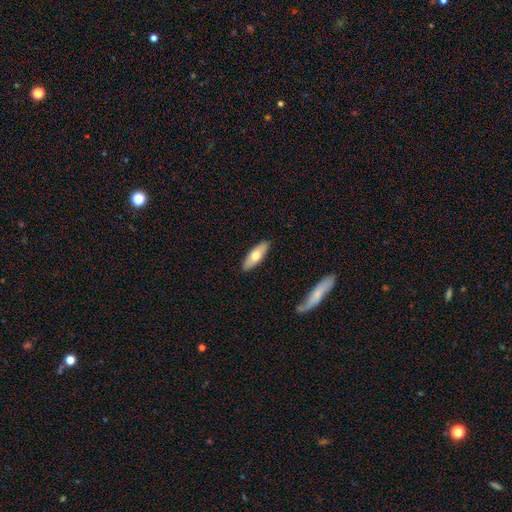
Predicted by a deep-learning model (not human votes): Q: Smooth or featured?
A: smooth (64%); runner-up: featured or disk (30%)
Q: How rounded?
A: in between (64%); runner-up: cigar-shaped (34%)
Q: Merging?
A: none (88%); runner-up: minor disturbance (9%)